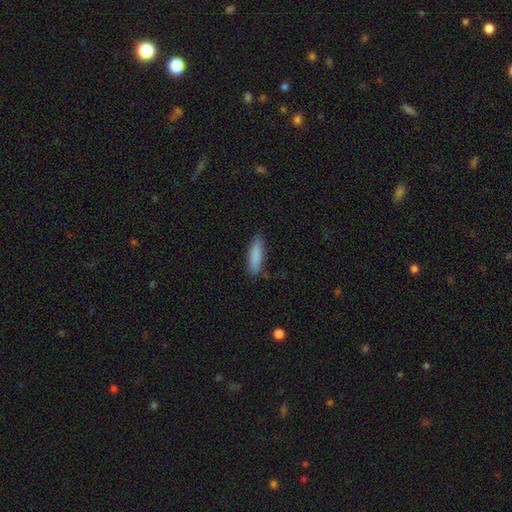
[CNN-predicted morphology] type=smooth (86%); roundness=cigar-shaped (64%); merging=none (82%).